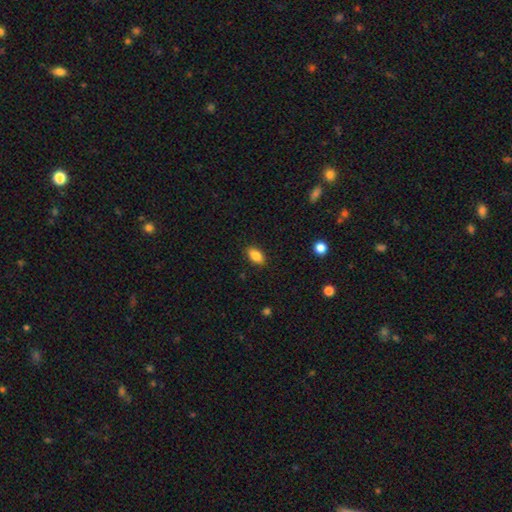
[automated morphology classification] smooth 86%, star or artifact 8%, featured or disk 5%. Down the decision tree: how rounded — in between (90%); merging — none (88%).